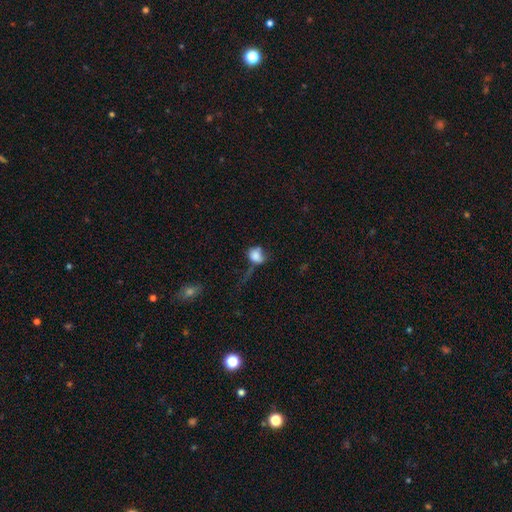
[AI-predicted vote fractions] smooth_or_featured: smooth (p=0.75) [alt: featured or disk p=0.14]
how_rounded: in between (p=0.50) [alt: round p=0.48]
merging: major disturbance (p=0.32) [alt: none p=0.29]